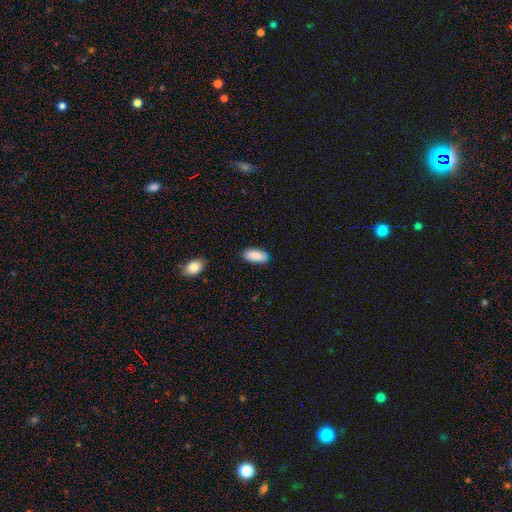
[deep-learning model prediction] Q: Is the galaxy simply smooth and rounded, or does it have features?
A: smooth — 88%.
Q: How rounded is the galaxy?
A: in between — 91%.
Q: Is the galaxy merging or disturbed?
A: none — 81%.